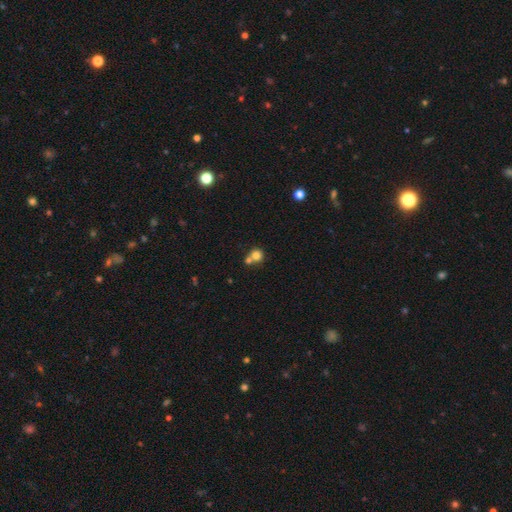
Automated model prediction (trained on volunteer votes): This is likely a smooth galaxy (79%). How rounded: clearly round (88%). Merging: possibly none (48%).